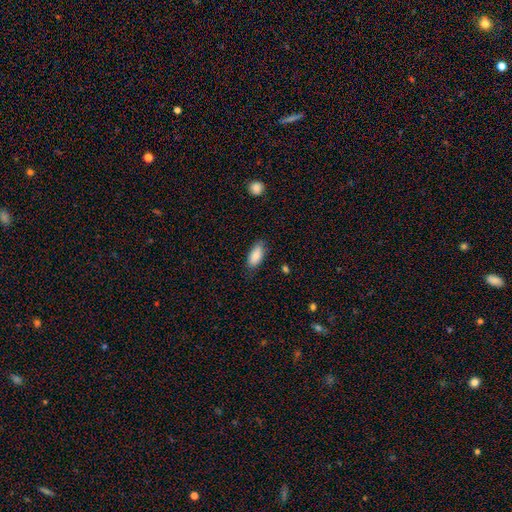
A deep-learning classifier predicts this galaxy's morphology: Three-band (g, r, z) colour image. It shows a smooth galaxy with no disk features (87%) that is in between round and cigar-shaped (88%). Merging: none (78%).